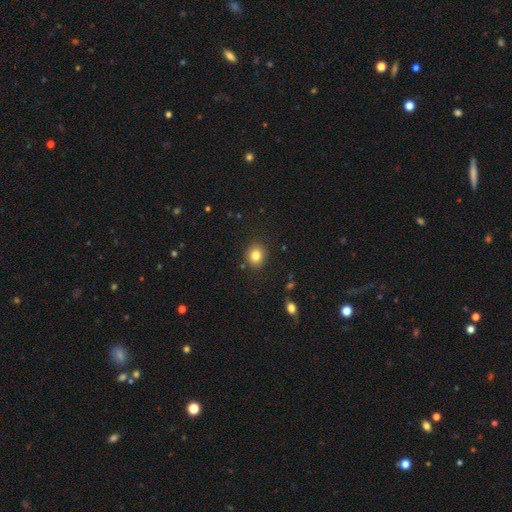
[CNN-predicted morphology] smooth_or_featured: smooth (p=0.82) [alt: star or artifact p=0.11]
how_rounded: round (p=0.72) [alt: in between p=0.27]
merging: none (p=0.89) [alt: minor disturbance p=0.08]